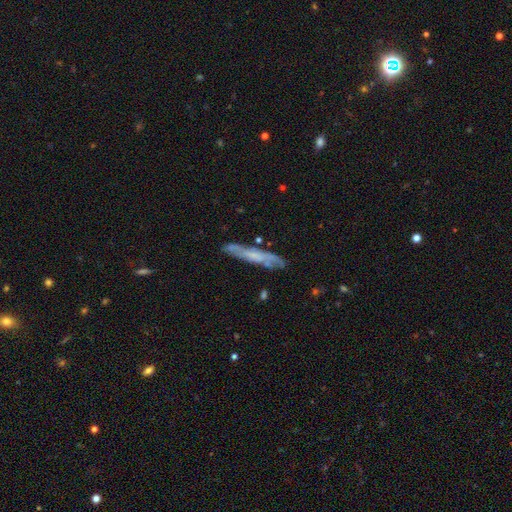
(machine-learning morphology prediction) A featured or disk galaxy (54%) viewed edge-on (65%).

Vote fractions:
- Smooth or featured? featured or disk: 54% / smooth: 39% / star or artifact: 7%
- Edge-on disk? yes: 65% / no: 35%
- Merging? none: 75% / minor disturbance: 18% / major disturbance: 5% / merger: 3%